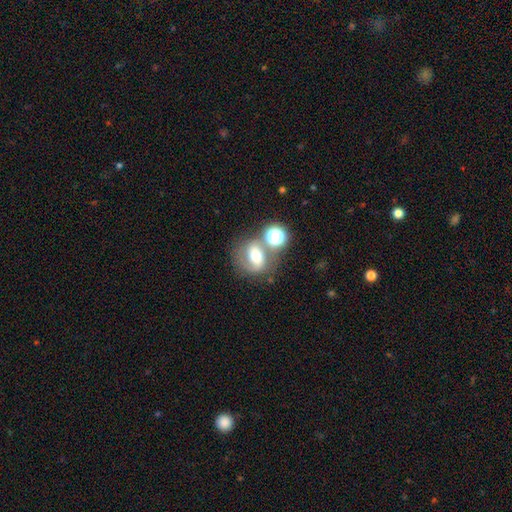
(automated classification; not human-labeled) This appears to be a smooth galaxy with no disk features (43%). Merging: none (53%).